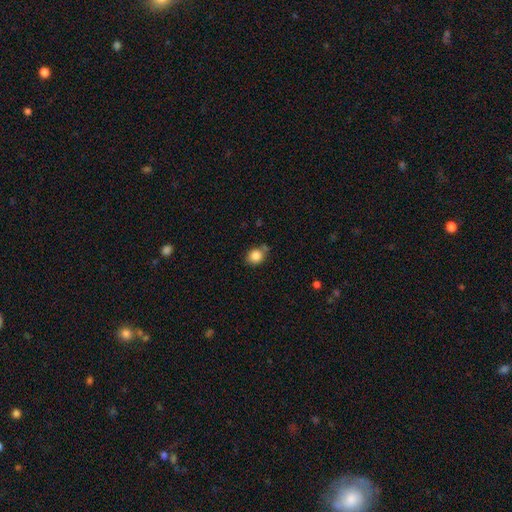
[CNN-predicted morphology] Smooth or featured?
  - smooth: 85% *
  - star or artifact: 10%
  - featured or disk: 5%
How rounded?
  - round: 69% *
  - in between: 30%
  - cigar-shaped: 1%
Merging?
  - none: 67% *
  - minor disturbance: 19%
  - merger: 9%
  - major disturbance: 5%